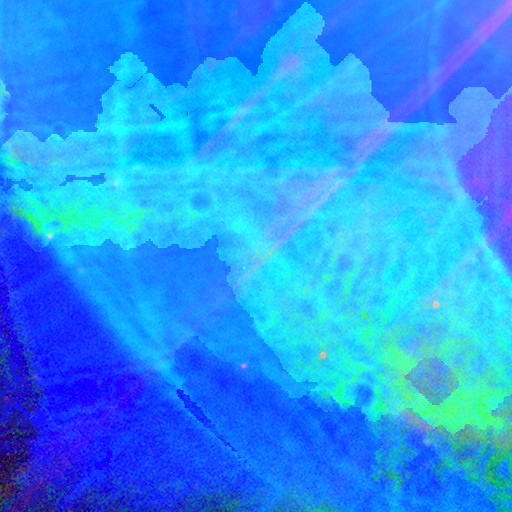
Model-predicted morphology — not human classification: Q: Smooth or featured?
A: star or artifact (86%); runner-up: featured or disk (8%)